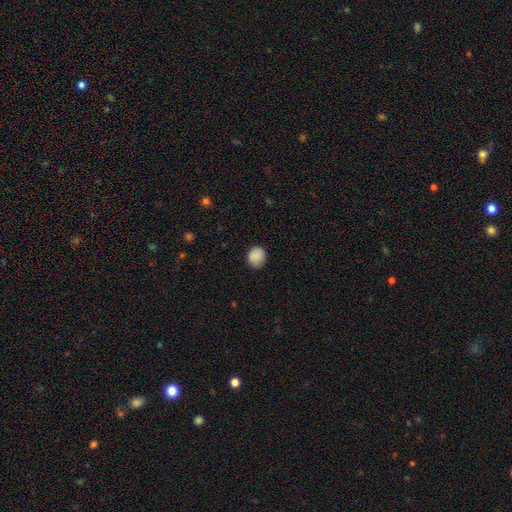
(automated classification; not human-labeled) Smooth or featured? smooth (88%)
How rounded? round (81%)
Merging? none (83%)